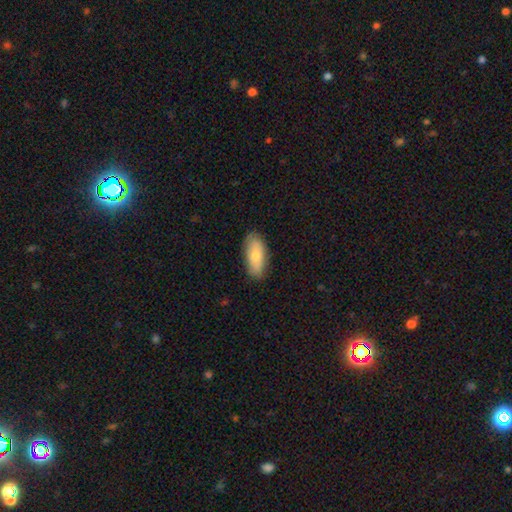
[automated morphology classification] This is likely a smooth galaxy (73%). How rounded: clearly in between (86%). Merging: clearly none (81%).